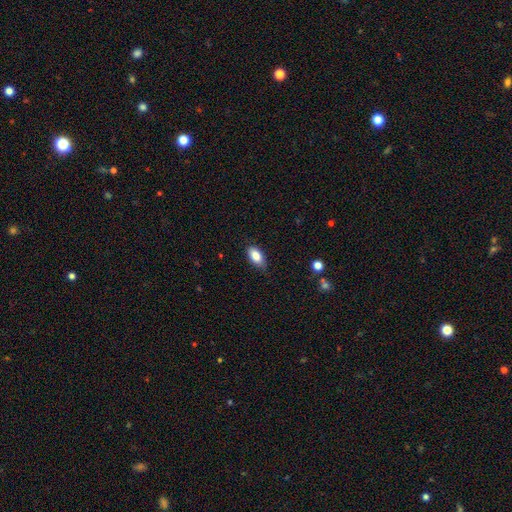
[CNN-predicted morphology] Smooth or featured?
  - smooth: 85% *
  - featured or disk: 8%
  - star or artifact: 7%
How rounded?
  - in between: 91% *
  - round: 5%
  - cigar-shaped: 4%
Merging?
  - none: 76% *
  - minor disturbance: 20%
  - major disturbance: 3%
  - merger: 1%